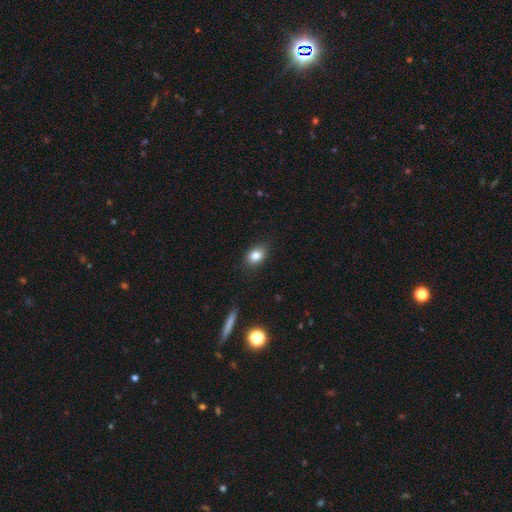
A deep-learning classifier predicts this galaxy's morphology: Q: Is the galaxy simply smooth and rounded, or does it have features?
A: smooth — 83%.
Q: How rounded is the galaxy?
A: in between — 68%.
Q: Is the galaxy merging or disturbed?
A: none — 81%.